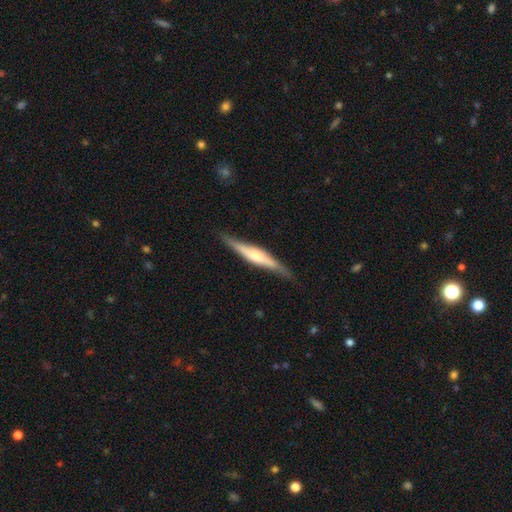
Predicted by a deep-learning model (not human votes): Overall: featured or disk (67%; smooth 28%). Edge-on disk: yes (95%). Edge-on bulge: rounded (74%). Merging: none (85%).